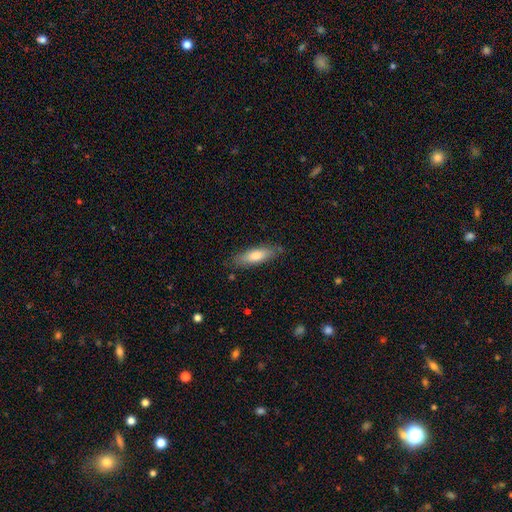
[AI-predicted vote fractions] smooth-or-featured: smooth: 75% | featured or disk: 19% | star or artifact: 6%
  how-rounded: cigar-shaped: 49% (tied) | in between: 49% (tied) | round: 2%
  merging: none: 80% | minor disturbance: 15% | major disturbance: 3% | merger: 2%